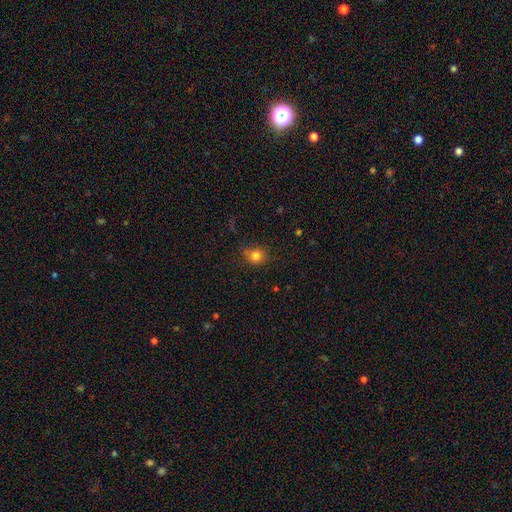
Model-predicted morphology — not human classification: smooth 81%, star or artifact 13%, featured or disk 6%. Down the decision tree: how rounded — round (82%); merging — none (70%).